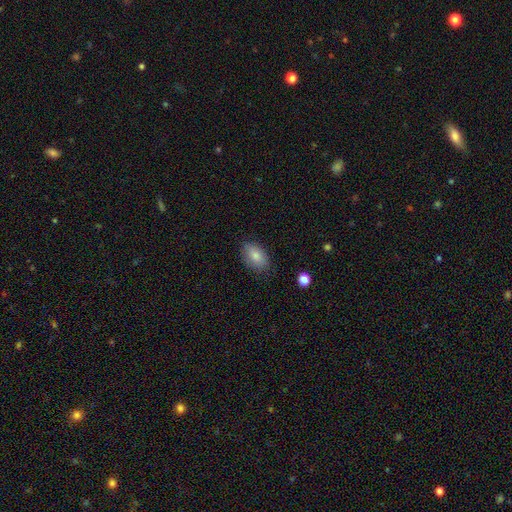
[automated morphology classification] Smooth or featured? Predicted: smooth (p=0.83). How rounded? Predicted: in between (p=0.90). Merging? Predicted: none (p=0.81).